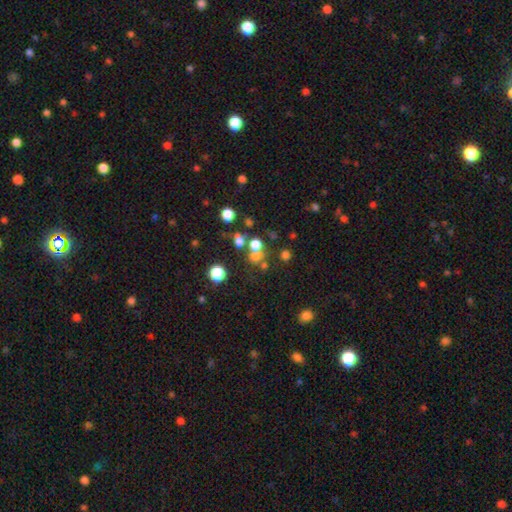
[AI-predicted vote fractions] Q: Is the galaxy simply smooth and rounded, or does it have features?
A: smooth — 60%.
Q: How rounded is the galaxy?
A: round — 80%.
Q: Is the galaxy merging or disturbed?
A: none — 52%.